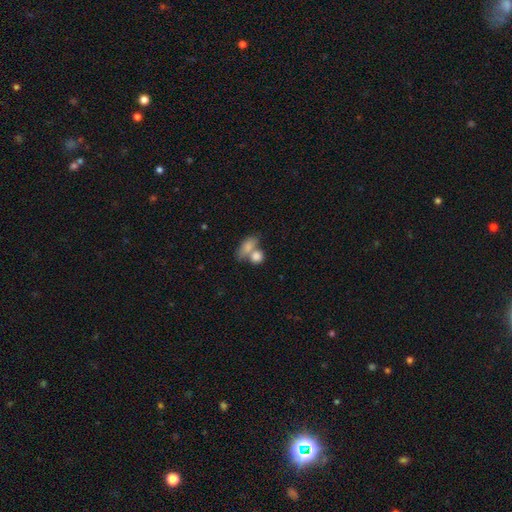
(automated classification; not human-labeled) The model was most divided on "how rounded": in between: 58%, round: 38%, cigar-shaped: 4%. More confident: smooth or featured — smooth (81%); merging — merger (55%).